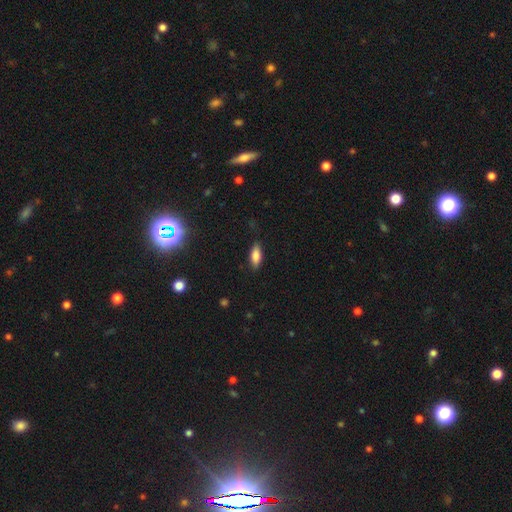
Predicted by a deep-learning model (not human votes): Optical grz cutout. It shows a smooth galaxy with no disk features (81%) that is in between round and cigar-shaped (79%). Merging: none (83%).